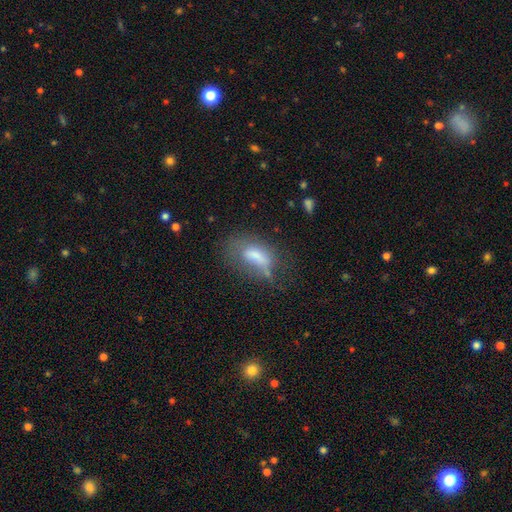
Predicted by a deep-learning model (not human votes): smooth 62%, featured or disk 26%, star or artifact 12%. Down the decision tree: how rounded — in between (80%); merging — none (34%).